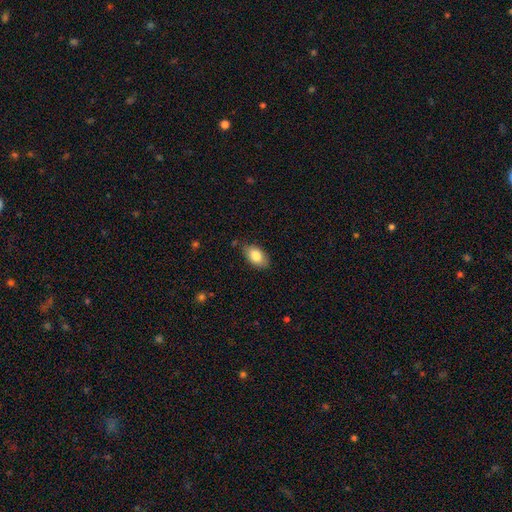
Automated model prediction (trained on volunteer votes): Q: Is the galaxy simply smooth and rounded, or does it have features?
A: smooth — 82%.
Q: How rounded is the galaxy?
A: in between — 90%.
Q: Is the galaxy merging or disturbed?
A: none — 78%.